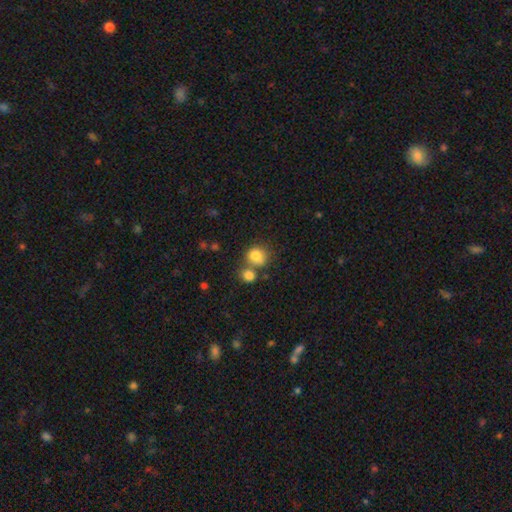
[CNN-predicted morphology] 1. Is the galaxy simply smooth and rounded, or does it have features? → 80% smooth, 11% star or artifact, 9% featured or disk.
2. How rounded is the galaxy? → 81% round, 18% in between, 1% cigar-shaped.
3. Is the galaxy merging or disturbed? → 50% none, 35% merger, 11% minor disturbance, 4% major disturbance.